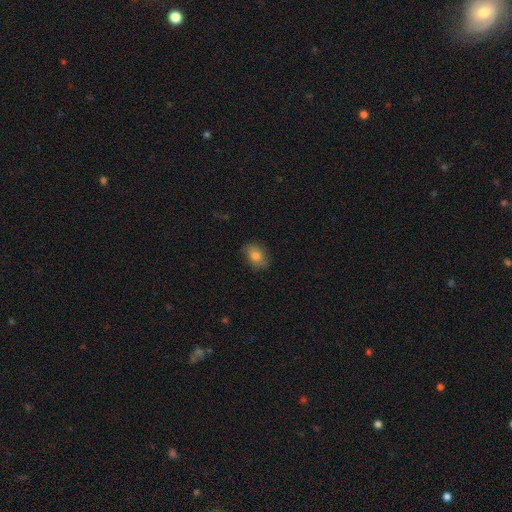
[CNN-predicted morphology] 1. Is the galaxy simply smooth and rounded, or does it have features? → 77% smooth, 14% featured or disk, 9% star or artifact.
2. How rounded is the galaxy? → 72% in between, 26% round, 1% cigar-shaped.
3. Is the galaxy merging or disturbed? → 80% none, 15% minor disturbance, 4% major disturbance, 1% merger.